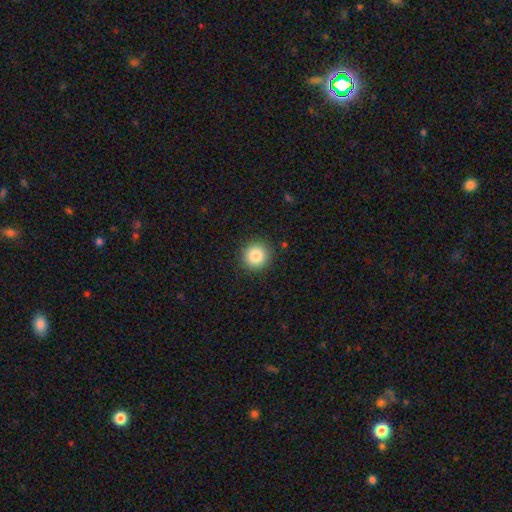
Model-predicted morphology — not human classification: A smooth galaxy with no disk features (85%) that is round (94%).

Vote fractions:
- Smooth or featured? smooth: 85% / star or artifact: 10% / featured or disk: 5%
- How rounded? round: 94% / in between: 5% / cigar-shaped: 1%
- Merging? none: 91% / minor disturbance: 6% / major disturbance: 2% / merger: 1%